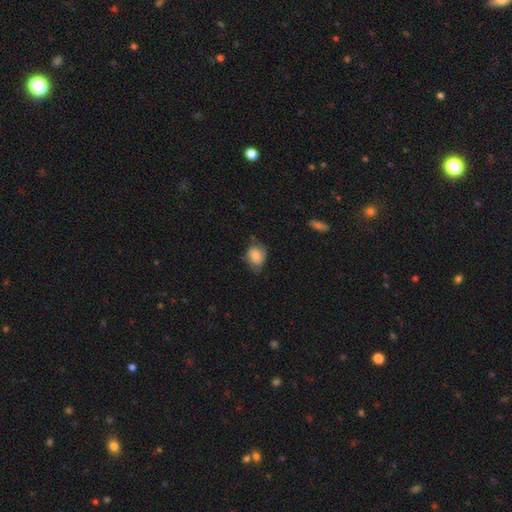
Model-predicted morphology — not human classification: Overall: smooth (76%). How rounded: in between (60%; round 39%). Merging: none (59%; minor disturbance 31%).